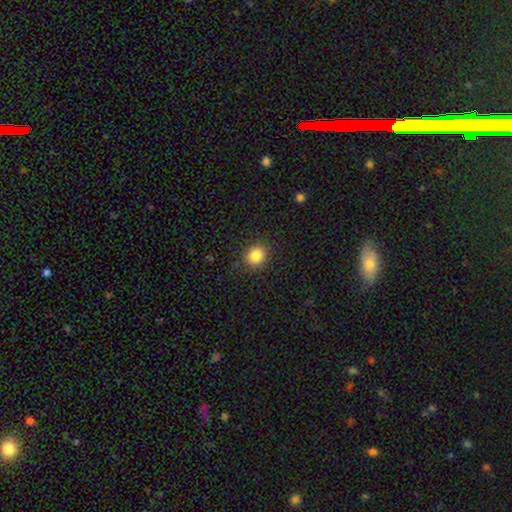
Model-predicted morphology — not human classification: Smooth or featured: smooth — 85% (star or artifact — 11%)
How rounded: round — 77% (in between — 22%)
Merging: none — 89% (minor disturbance — 8%)